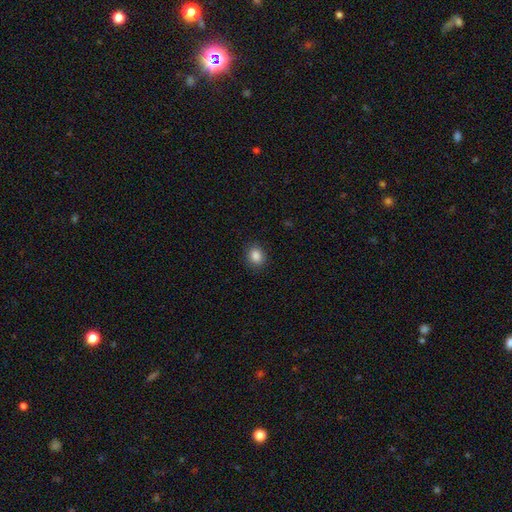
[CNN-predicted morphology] smooth 87%, star or artifact 10%, featured or disk 4%. Down the decision tree: how rounded — round (56%); merging — none (88%).